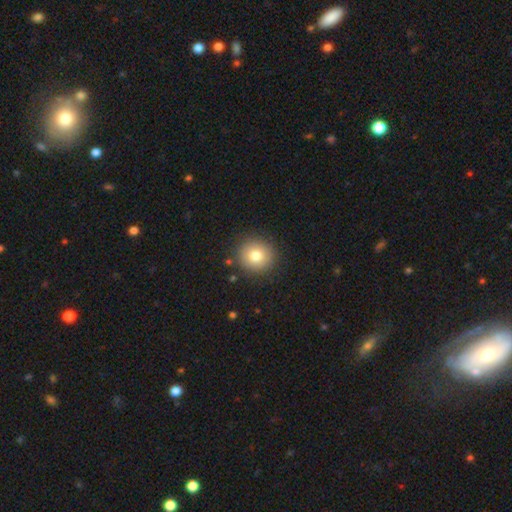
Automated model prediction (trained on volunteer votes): Smooth or featured? smooth (80%)
How rounded? round (92%)
Merging? none (89%)